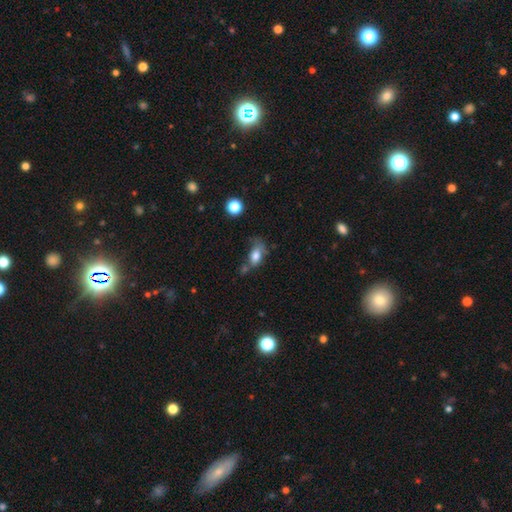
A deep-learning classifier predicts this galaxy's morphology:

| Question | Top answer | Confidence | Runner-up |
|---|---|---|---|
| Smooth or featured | smooth | 73% | featured or disk (16%) |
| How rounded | in between | 80% | round (15%) |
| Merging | none | 32% | minor disturbance (28%) |